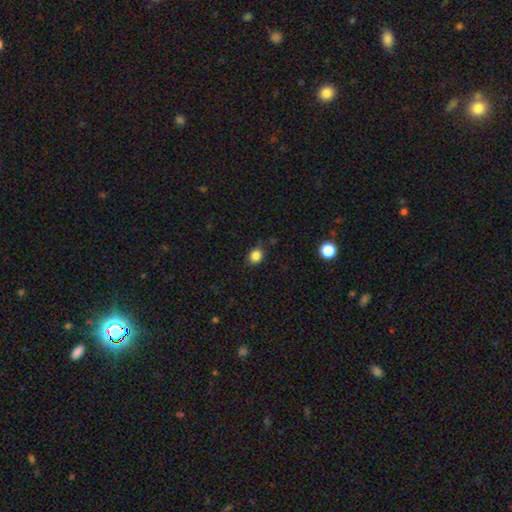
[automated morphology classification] Smooth or featured? smooth (85%)
How rounded? round (58%)
Merging? none (83%)